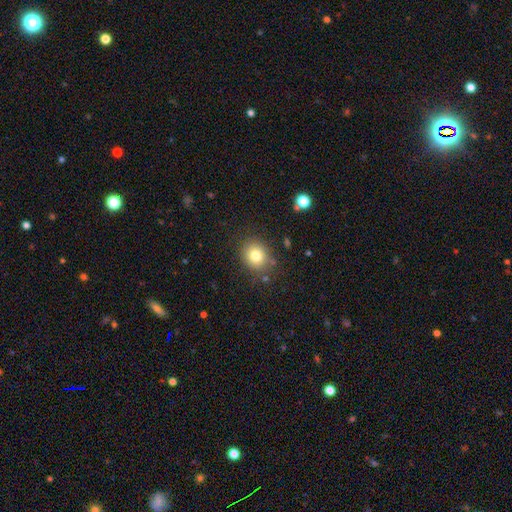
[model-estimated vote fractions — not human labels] smooth 79%, star or artifact 12%, featured or disk 9%. Down the decision tree: how rounded — round (75%); merging — none (83%).